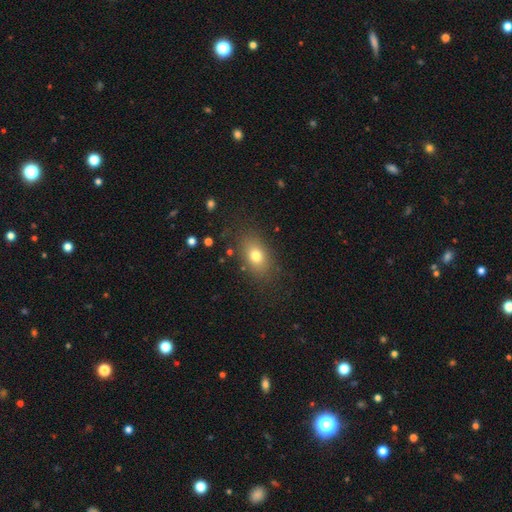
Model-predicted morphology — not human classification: Smooth or featured? Predicted: smooth (p=0.76). How rounded? Predicted: in between (p=0.81). Merging? Predicted: none (p=0.82).